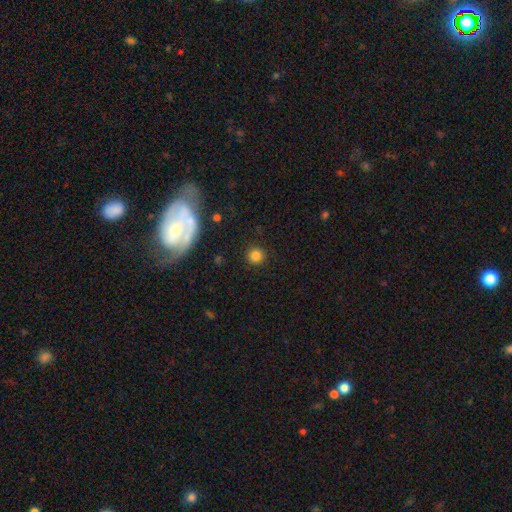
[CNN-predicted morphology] Smooth or featured: smooth — 82% (star or artifact — 12%)
How rounded: round — 95% (in between — 4%)
Merging: none — 91% (minor disturbance — 6%)